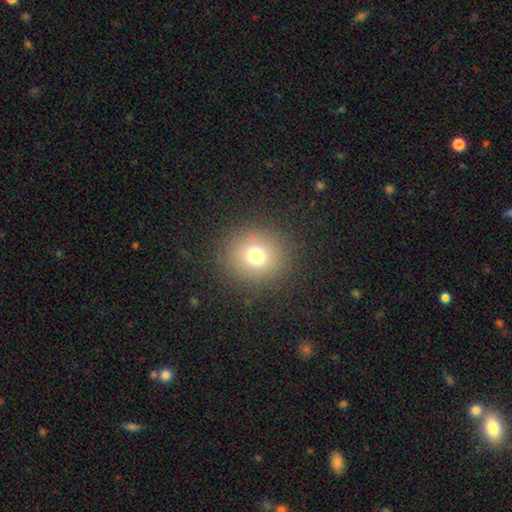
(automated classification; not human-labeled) Morphology: type=smooth (74%); roundness=round (90%); merging=none (88%).